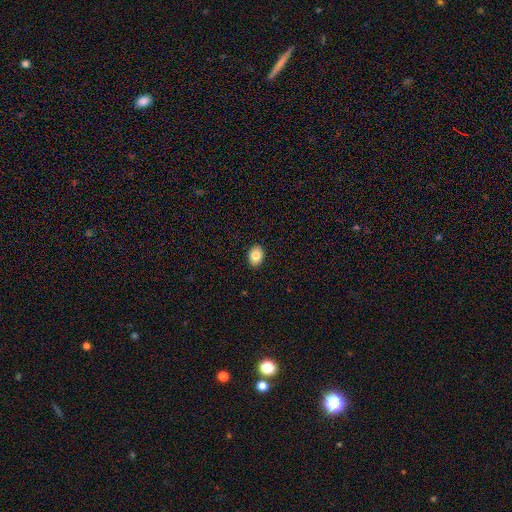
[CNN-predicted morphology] Smooth or featured: smooth — 86% (star or artifact — 8%)
How rounded: in between — 71% (round — 28%)
Merging: none — 90% (minor disturbance — 8%)